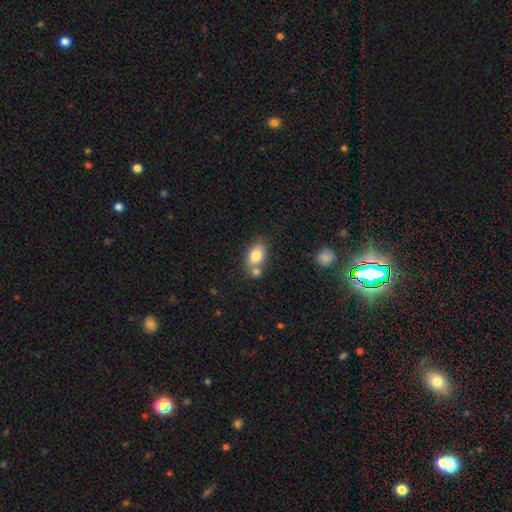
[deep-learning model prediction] smooth_or_featured: smooth (p=0.80) [alt: featured or disk p=0.12]
how_rounded: in between (p=0.84) [alt: round p=0.14]
merging: none (p=0.51) [alt: merger p=0.32]